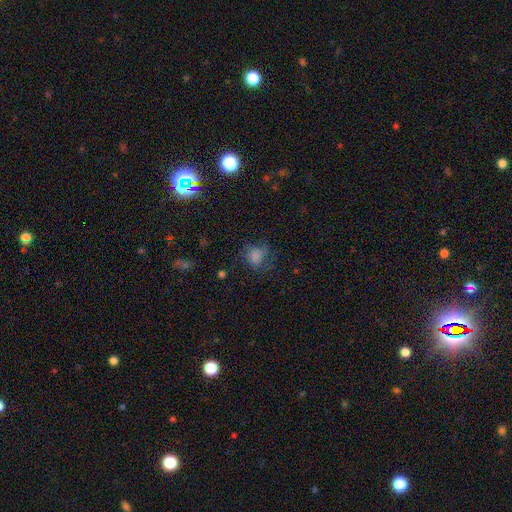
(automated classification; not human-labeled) smooth_or_featured: smooth (p=0.69) [alt: featured or disk p=0.16]
how_rounded: round (p=0.57) [alt: in between p=0.42]
merging: none (p=0.48) [alt: minor disturbance p=0.25]